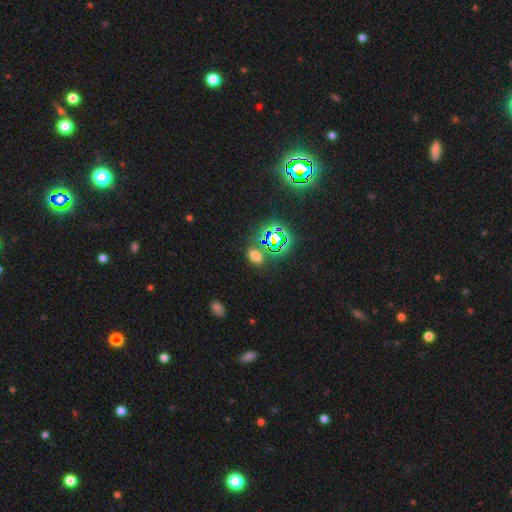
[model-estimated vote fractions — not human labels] smooth_or_featured: smooth (p=0.52) [alt: star or artifact p=0.40]
how_rounded: in between (p=0.77) [alt: round p=0.21]
merging: none (p=0.77) [alt: minor disturbance p=0.12]